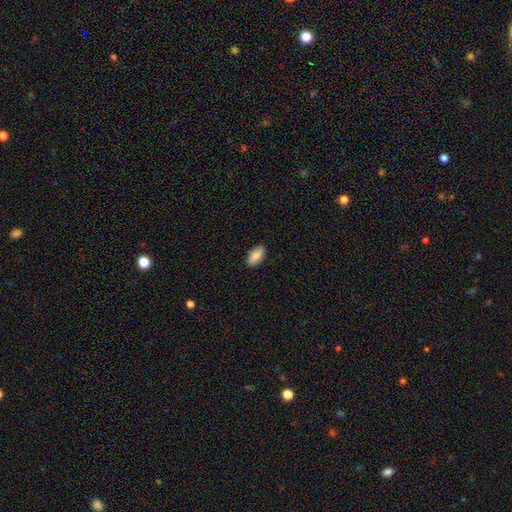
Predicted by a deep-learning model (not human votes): Smooth or featured? Predicted: smooth (p=0.85). How rounded? Predicted: in between (p=0.93). Merging? Predicted: none (p=0.87).